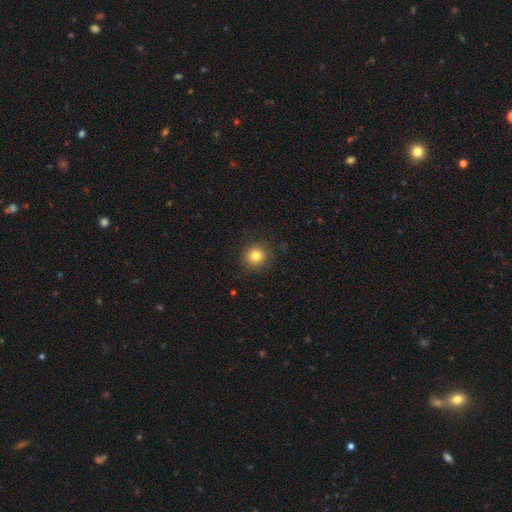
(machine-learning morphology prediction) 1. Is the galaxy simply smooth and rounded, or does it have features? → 81% smooth, 12% star or artifact, 7% featured or disk.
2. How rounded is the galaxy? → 92% round, 7% in between, 1% cigar-shaped.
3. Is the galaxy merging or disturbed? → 89% none, 7% minor disturbance, 3% major disturbance, 1% merger.